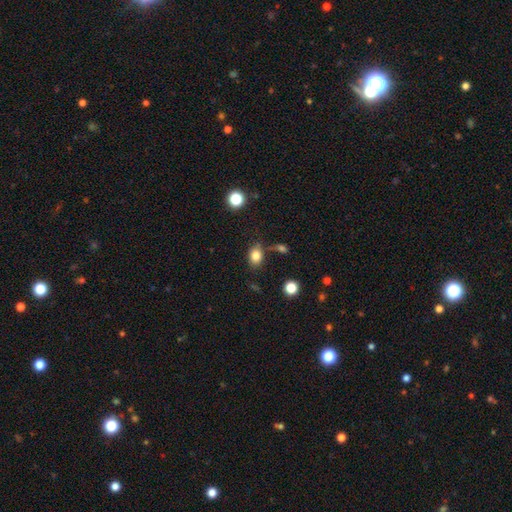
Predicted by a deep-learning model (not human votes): Smooth or featured: smooth — 82% (star or artifact — 11%)
How rounded: in between — 61% (round — 38%)
Merging: none — 70% (minor disturbance — 17%)